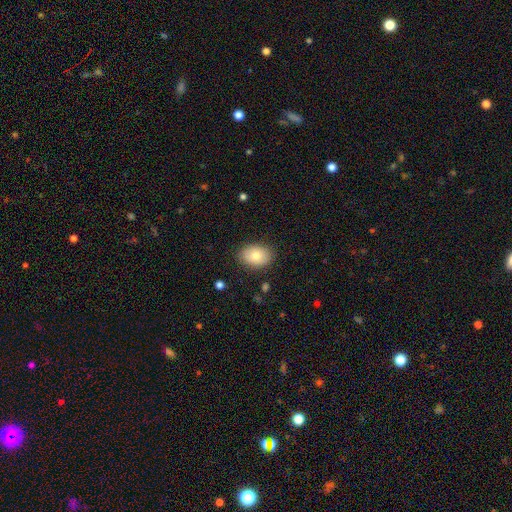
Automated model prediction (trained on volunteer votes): Morphology: type=smooth (78%); roundness=in between (77%); merging=none (86%).